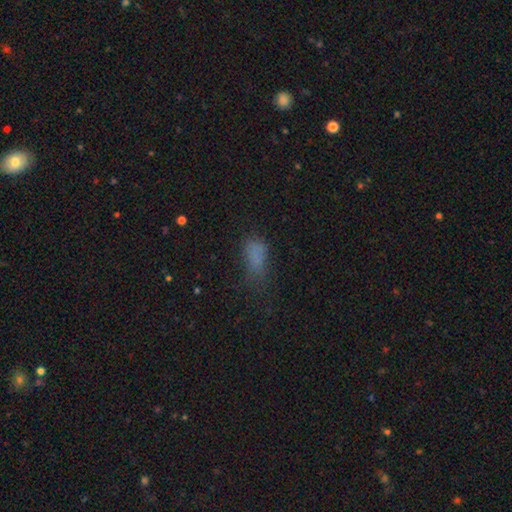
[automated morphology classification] Smooth or featured?
  - smooth: 71% *
  - star or artifact: 18%
  - featured or disk: 11%
How rounded?
  - in between: 81% *
  - cigar-shaped: 13%
  - round: 6%
Merging?
  - none: 41% *
  - minor disturbance: 28%
  - major disturbance: 27%
  - merger: 3%